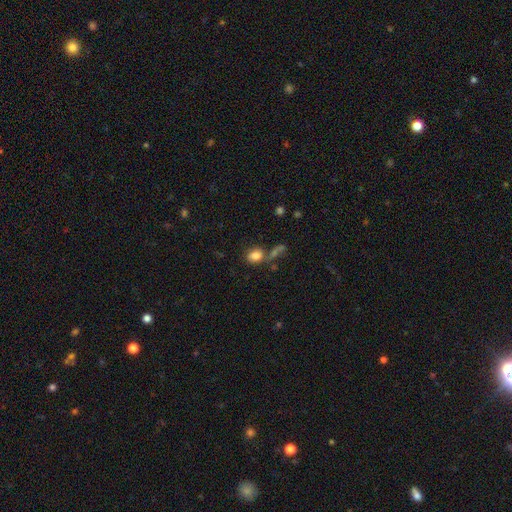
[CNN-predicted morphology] smooth-or-featured: smooth: 80% | star or artifact: 11% | featured or disk: 10%
  how-rounded: in between: 61% | round: 37% | cigar-shaped: 2%
  merging: none: 51% | merger: 24% | minor disturbance: 15% | major disturbance: 10%